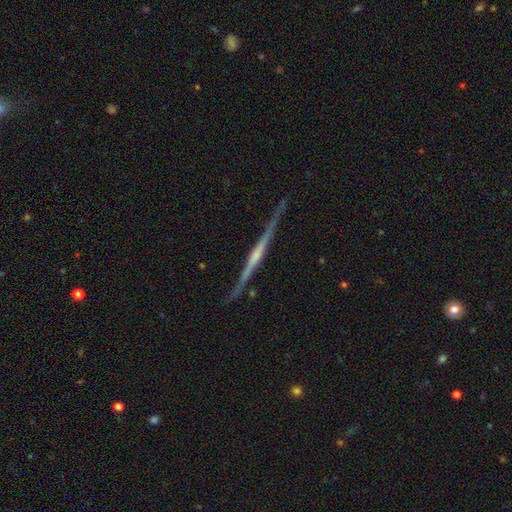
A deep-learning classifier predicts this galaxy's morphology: smooth_or_featured: featured or disk (p=0.81) [alt: smooth p=0.12]
disk_edge_on: yes (p=0.98) [alt: no p=0.02]
edge_on_bulge: rounded (p=0.49) [alt: none p=0.37]
merging: none (p=0.88) [alt: minor disturbance p=0.09]